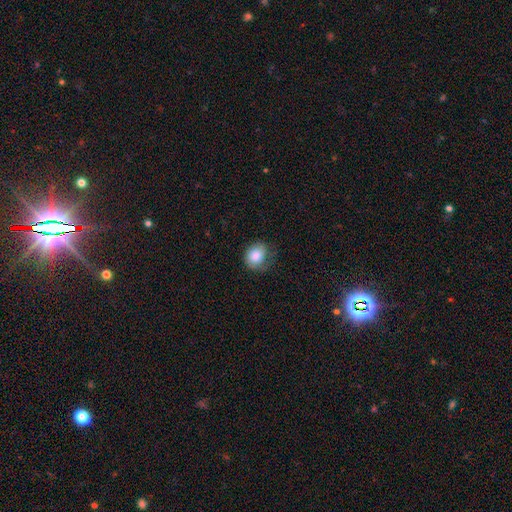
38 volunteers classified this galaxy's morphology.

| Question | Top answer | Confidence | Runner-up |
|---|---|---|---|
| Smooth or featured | smooth | 89% | featured or disk (8%) |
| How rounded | round | 50% | tied: in between (50%) |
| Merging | none | 41% | minor disturbance (32%) |